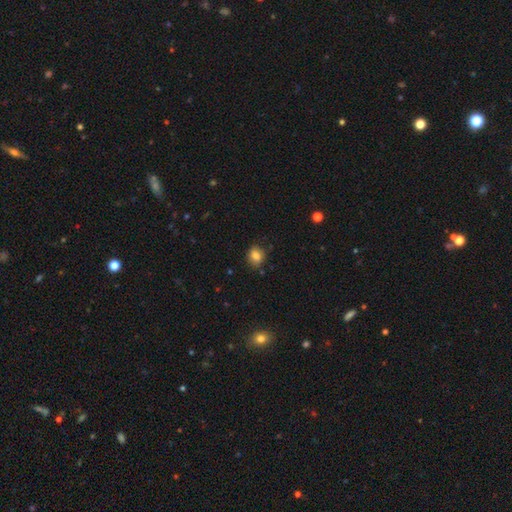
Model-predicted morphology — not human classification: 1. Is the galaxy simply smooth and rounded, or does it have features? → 81% smooth, 11% star or artifact, 8% featured or disk.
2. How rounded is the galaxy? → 65% round, 34% in between, 1% cigar-shaped.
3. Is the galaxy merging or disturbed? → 82% none, 14% minor disturbance, 3% major disturbance, 2% merger.